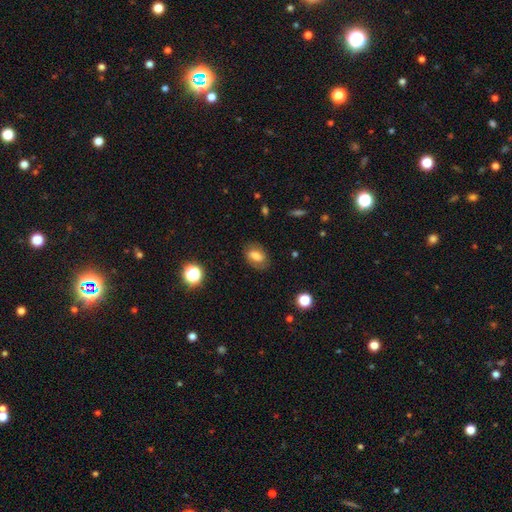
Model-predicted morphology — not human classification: Q: Smooth or featured?
A: smooth (60%); runner-up: featured or disk (29%)
Q: How rounded?
A: in between (82%); runner-up: round (15%)
Q: Merging?
A: none (79%); runner-up: minor disturbance (15%)